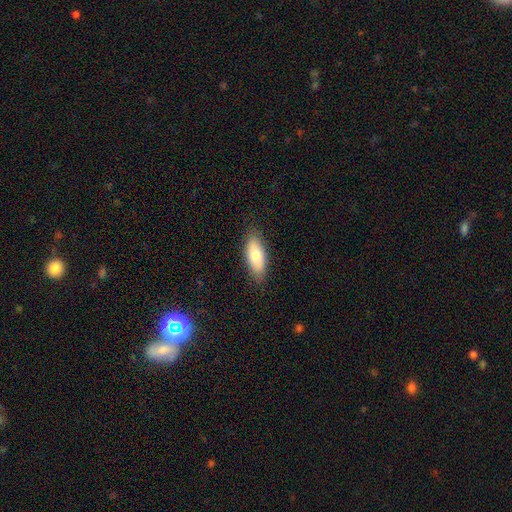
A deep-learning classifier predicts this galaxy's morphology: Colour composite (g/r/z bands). It shows a smooth galaxy with no disk features (76%) that is in between round and cigar-shaped (78%). Merging: none (85%).